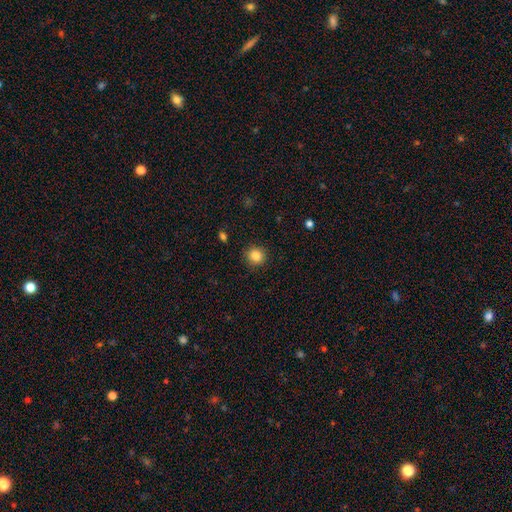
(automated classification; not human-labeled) Smooth or featured?
  - smooth: 85% *
  - star or artifact: 10%
  - featured or disk: 4%
How rounded?
  - round: 90% *
  - in between: 9%
  - cigar-shaped: 1%
Merging?
  - none: 90% *
  - minor disturbance: 6%
  - major disturbance: 2%
  - merger: 1%